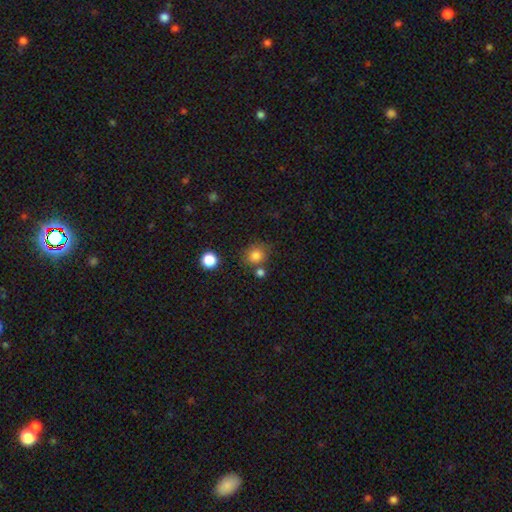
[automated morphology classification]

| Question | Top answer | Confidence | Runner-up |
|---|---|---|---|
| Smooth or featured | smooth | 82% | star or artifact (12%) |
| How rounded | round | 79% | in between (20%) |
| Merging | none | 70% | minor disturbance (13%) |